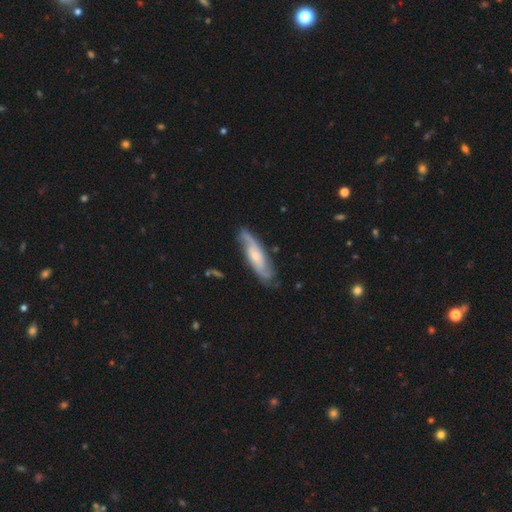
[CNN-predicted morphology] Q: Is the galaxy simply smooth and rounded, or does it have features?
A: featured or disk — 69%.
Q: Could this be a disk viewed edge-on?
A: no — 76%.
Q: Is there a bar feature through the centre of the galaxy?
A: no — 62%.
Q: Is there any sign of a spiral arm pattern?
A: yes — 91%.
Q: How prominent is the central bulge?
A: small — 57%.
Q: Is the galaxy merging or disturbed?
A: none — 74%.